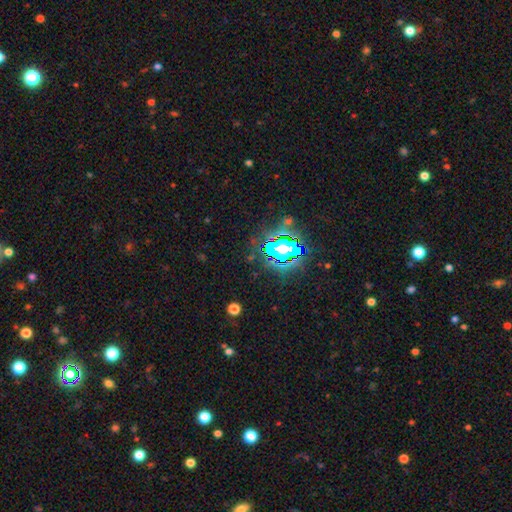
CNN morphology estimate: star or artifact 80%, smooth 11%, featured or disk 9%.